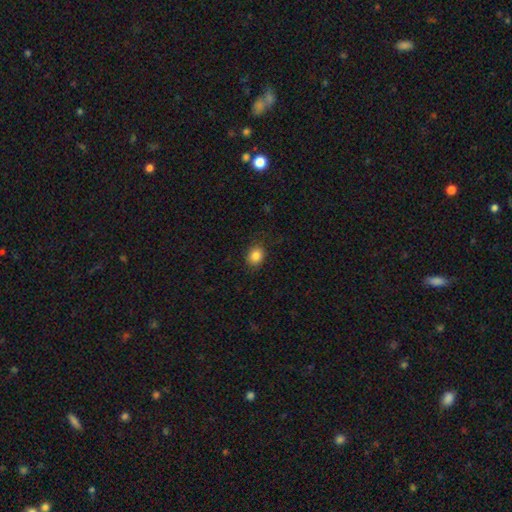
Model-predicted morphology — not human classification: Smooth or featured: smooth — 85% (star or artifact — 10%)
How rounded: round — 62% (in between — 37%)
Merging: none — 85% (minor disturbance — 11%)